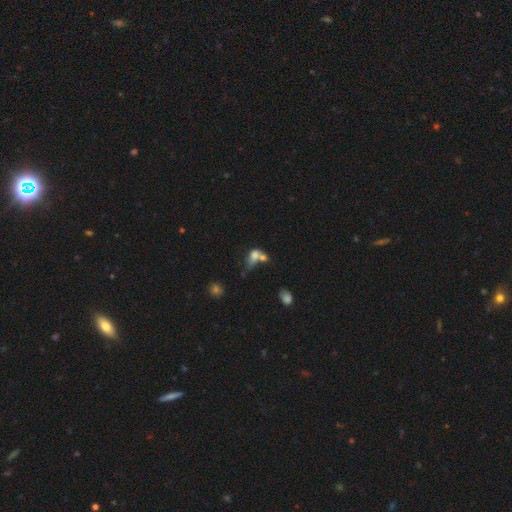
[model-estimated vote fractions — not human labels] A smooth galaxy with no disk features (65%) that is in between round and cigar-shaped (68%).

Vote fractions:
- Smooth or featured? smooth: 65% / featured or disk: 21% / star or artifact: 13%
- How rounded? in between: 68% / round: 27% / cigar-shaped: 5%
- Merging? merger: 59% / none: 17% / major disturbance: 13% / minor disturbance: 10%